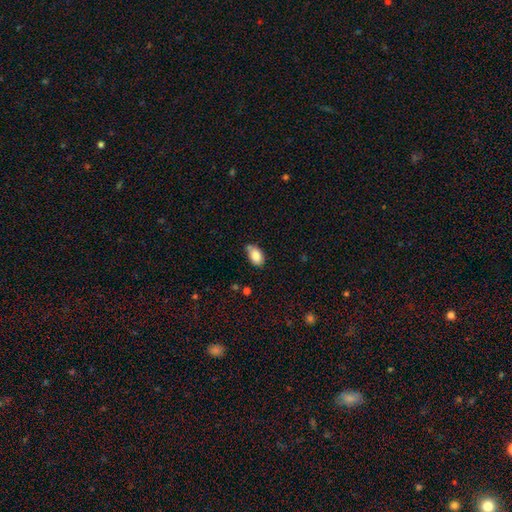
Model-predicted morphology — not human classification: Q: Smooth or featured?
A: smooth (85%); runner-up: star or artifact (8%)
Q: How rounded?
A: in between (89%); runner-up: round (9%)
Q: Merging?
A: none (59%); runner-up: minor disturbance (28%)